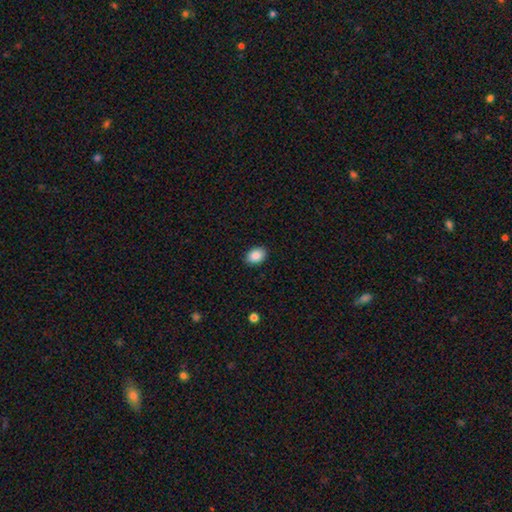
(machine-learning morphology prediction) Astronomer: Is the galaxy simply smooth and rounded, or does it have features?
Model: smooth — 88%.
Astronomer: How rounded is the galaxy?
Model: in between — 75%.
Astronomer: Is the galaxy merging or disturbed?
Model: none — 89%.